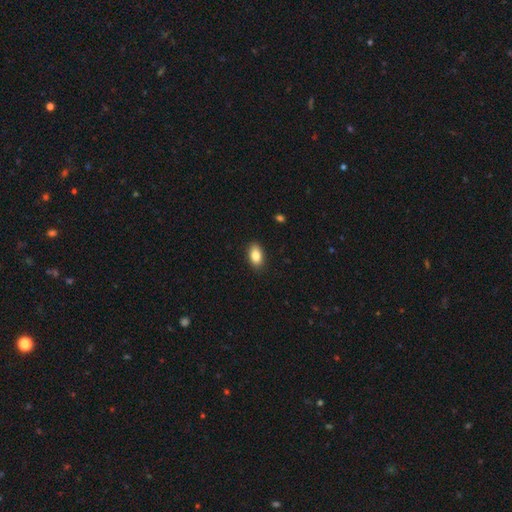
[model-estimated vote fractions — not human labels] Smooth or featured?
  - smooth: 86% *
  - star or artifact: 7%
  - featured or disk: 7%
How rounded?
  - in between: 91% *
  - round: 6%
  - cigar-shaped: 3%
Merging?
  - none: 88% *
  - minor disturbance: 9%
  - major disturbance: 2%
  - merger: 1%